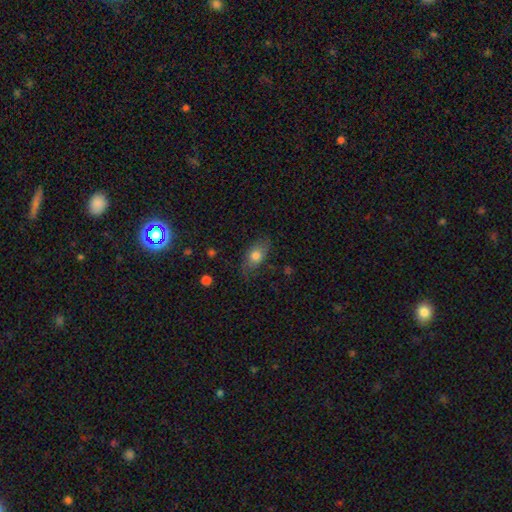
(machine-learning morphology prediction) Overall: smooth (73%). How rounded: in between (83%). Merging: none (71%).